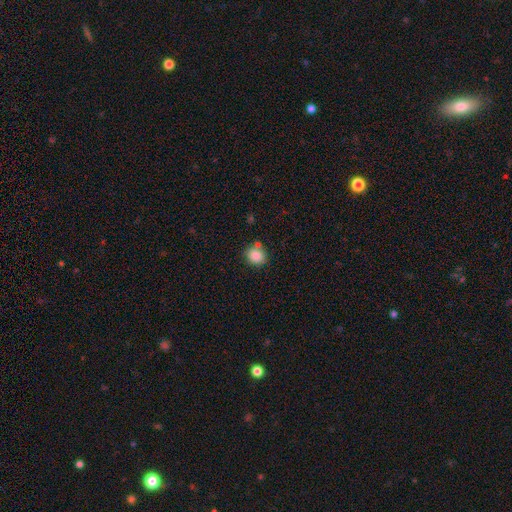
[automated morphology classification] Smooth or featured? Predicted: smooth (p=0.86). How rounded? Predicted: round (p=0.70). Merging? Predicted: none (p=0.71).